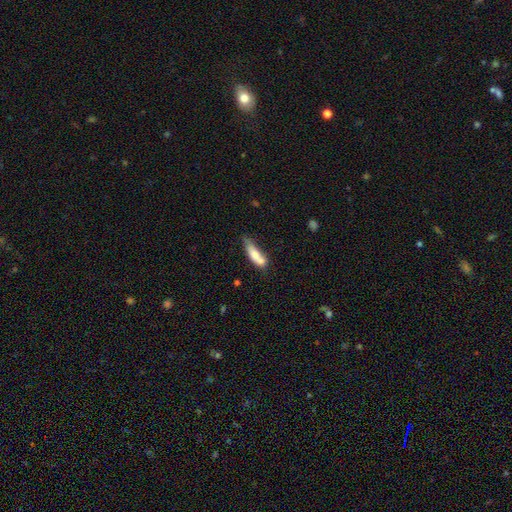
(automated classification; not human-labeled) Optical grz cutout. It shows a smooth galaxy with no disk features (69%) that is cigar-shaped (54%). Merging: none (36%).